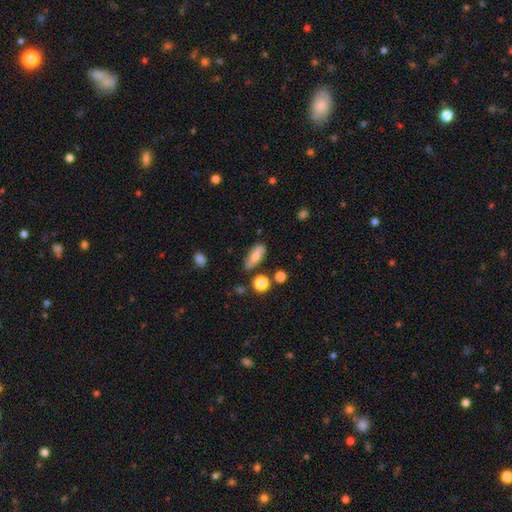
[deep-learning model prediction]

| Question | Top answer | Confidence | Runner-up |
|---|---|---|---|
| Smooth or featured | smooth | 53% | featured or disk (38%) |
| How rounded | in between | 68% | cigar-shaped (25%) |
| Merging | none | 72% | minor disturbance (18%) |